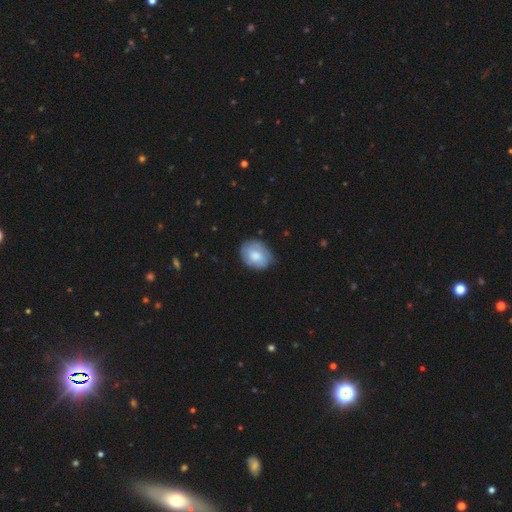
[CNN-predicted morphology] smooth 68%, featured or disk 25%, star or artifact 6%. Down the decision tree: how rounded — in between (55%); merging — none (75%).